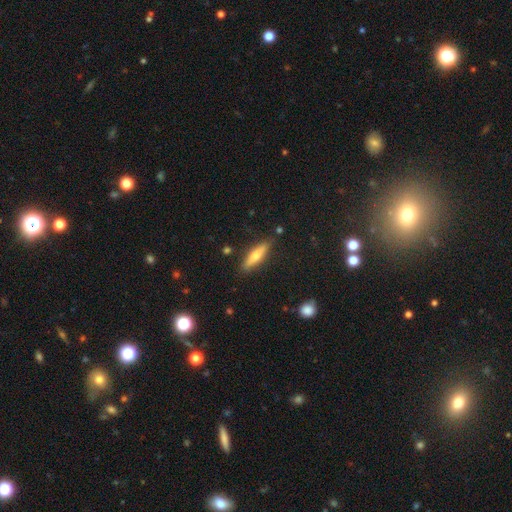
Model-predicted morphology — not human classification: type=smooth (58%); roundness=cigar-shaped (69%); merging=none (86%).